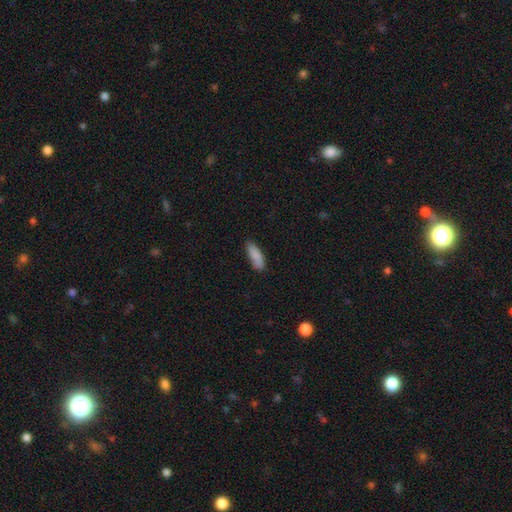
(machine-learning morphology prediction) smooth_or_featured: smooth (p=0.88) [alt: star or artifact p=0.06]
how_rounded: in between (p=0.59) [alt: cigar-shaped p=0.39]
merging: none (p=0.80) [alt: minor disturbance p=0.16]